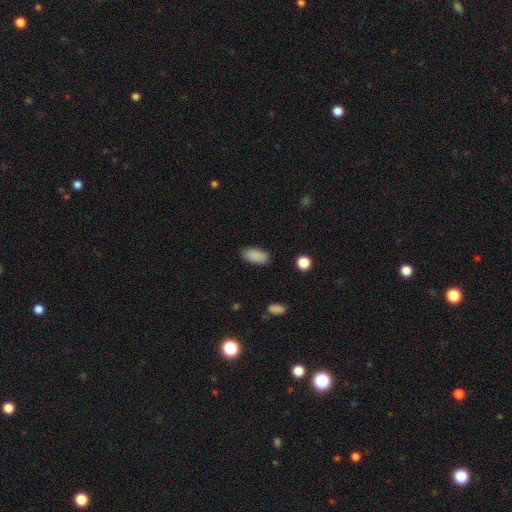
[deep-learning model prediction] The model was most divided on "merging": none: 86%, minor disturbance: 10%, major disturbance: 3%, merger: 1%. More confident: how rounded — in between (93%); smooth or featured — smooth (89%).